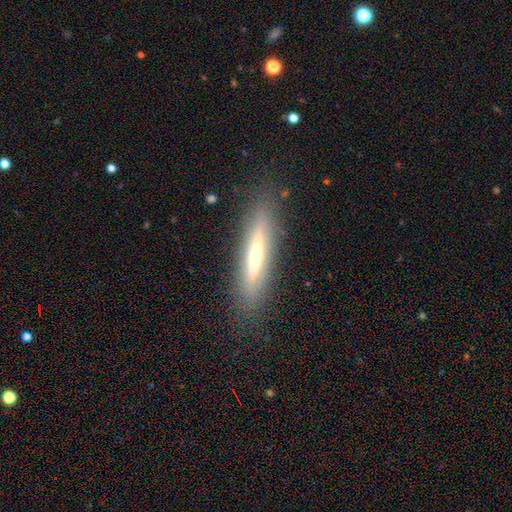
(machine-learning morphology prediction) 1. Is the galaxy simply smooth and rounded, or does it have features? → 47% smooth, 45% featured or disk, 8% star or artifact.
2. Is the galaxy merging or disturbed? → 86% none, 10% minor disturbance, 3% major disturbance, 1% merger.